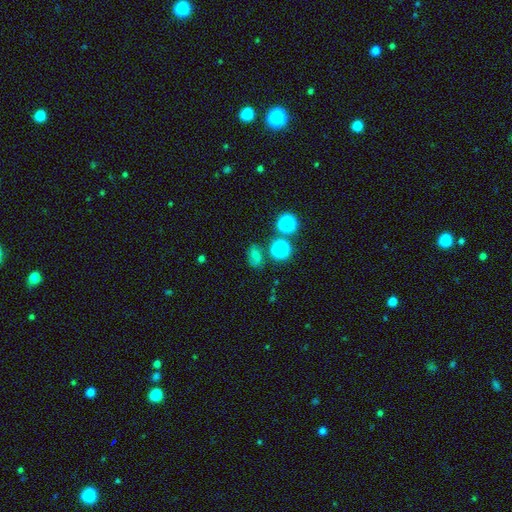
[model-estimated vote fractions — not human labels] Smooth or featured? smooth (45%)
Merging? none (66%)